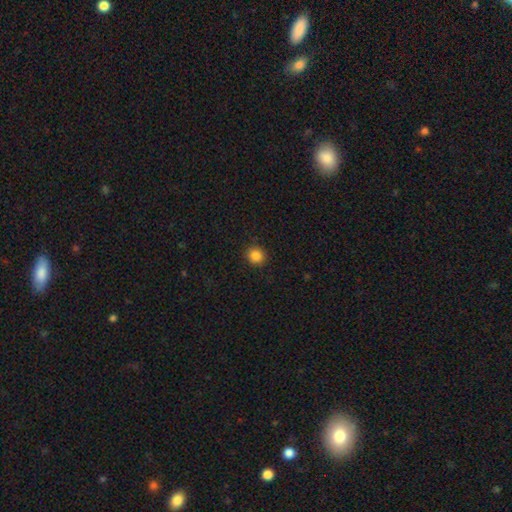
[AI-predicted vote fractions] This is clearly a smooth galaxy (86%). How rounded: clearly round (90%). Merging: clearly none (92%).